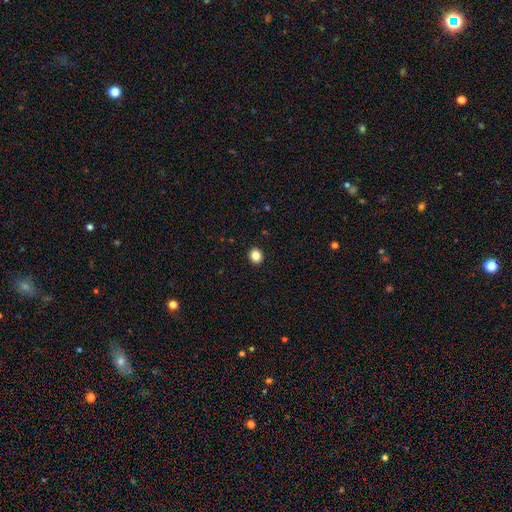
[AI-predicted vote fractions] Smooth or featured?
  - smooth: 85% *
  - star or artifact: 11%
  - featured or disk: 4%
How rounded?
  - round: 81% *
  - in between: 18%
  - cigar-shaped: 1%
Merging?
  - none: 93% *
  - minor disturbance: 5%
  - major disturbance: 1%
  - merger: 1%